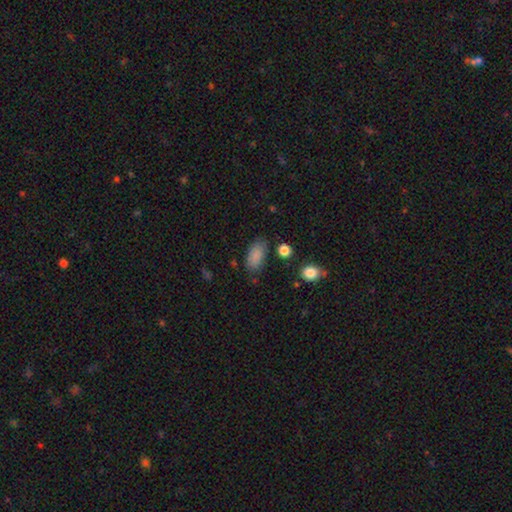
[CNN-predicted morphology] Smooth or featured?
  - smooth: 86% *
  - star or artifact: 8%
  - featured or disk: 6%
How rounded?
  - in between: 92% *
  - round: 4%
  - cigar-shaped: 3%
Merging?
  - none: 75% *
  - minor disturbance: 17%
  - major disturbance: 4%
  - merger: 3%